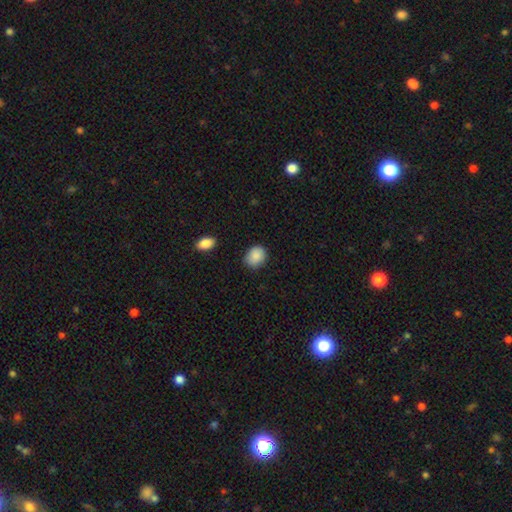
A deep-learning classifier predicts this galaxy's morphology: This is clearly a smooth galaxy (89%). How rounded: possibly round (53%). Merging: clearly none (81%).